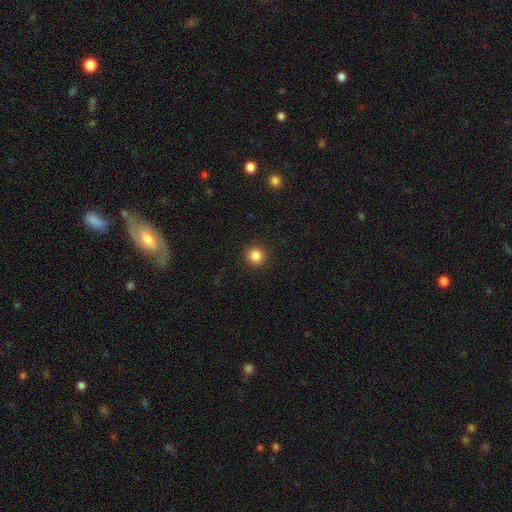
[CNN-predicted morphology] Smooth or featured: smooth — 85% (star or artifact — 11%)
How rounded: round — 92% (in between — 7%)
Merging: none — 92% (minor disturbance — 5%)